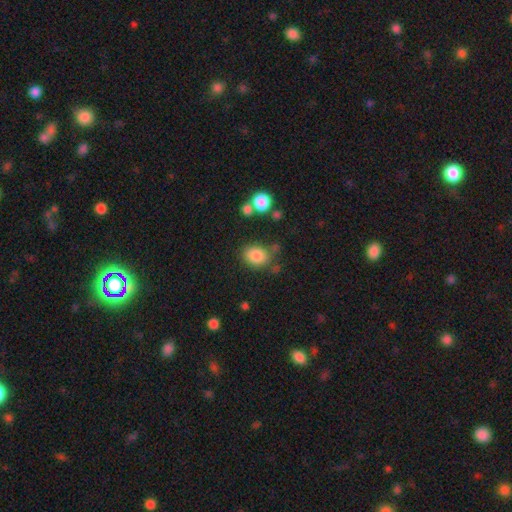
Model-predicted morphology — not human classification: A smooth galaxy with no disk features (84%) that is in between round and cigar-shaped (60%).

Vote fractions:
- Smooth or featured? smooth: 84% / star or artifact: 10% / featured or disk: 7%
- How rounded? in between: 60% / round: 39% / cigar-shaped: 1%
- Merging? none: 70% / minor disturbance: 16% / merger: 8% / major disturbance: 6%